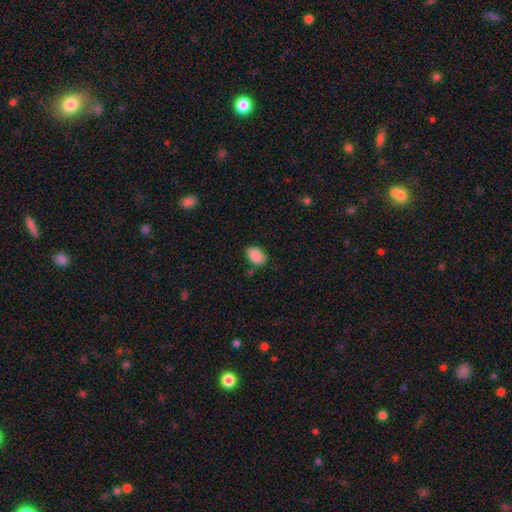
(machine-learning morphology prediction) This is clearly a smooth galaxy (89%). How rounded: clearly in between (87%). Merging: likely none (78%).